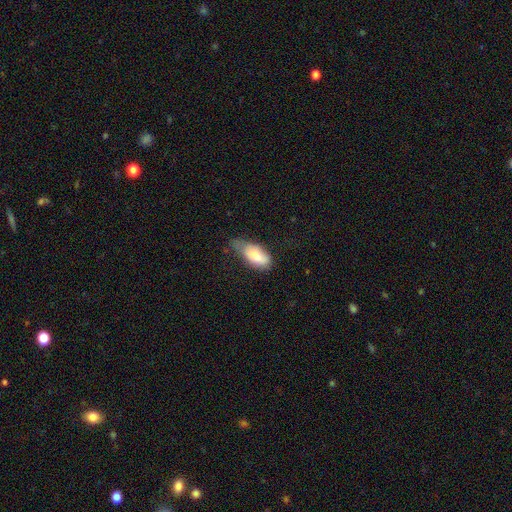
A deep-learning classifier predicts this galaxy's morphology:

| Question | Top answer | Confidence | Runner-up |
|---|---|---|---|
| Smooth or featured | smooth | 79% | featured or disk (14%) |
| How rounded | in between | 86% | cigar-shaped (11%) |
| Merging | minor disturbance | 48% | none (28%) |